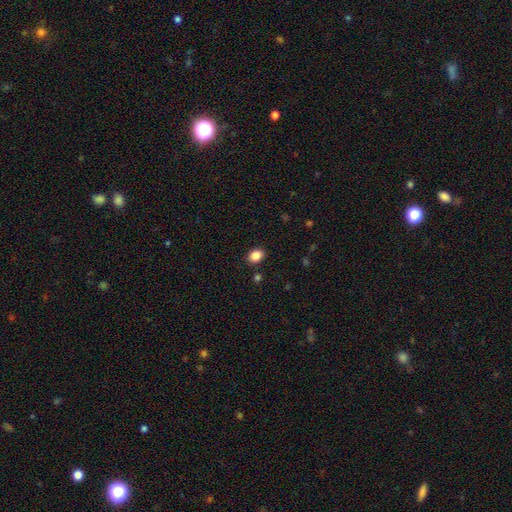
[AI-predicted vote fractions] Smooth or featured? Predicted: smooth (p=0.87). How rounded? Predicted: in between (p=0.68). Merging? Predicted: none (p=0.88).